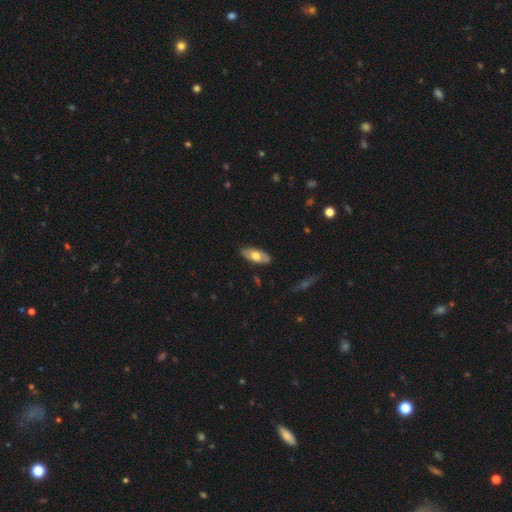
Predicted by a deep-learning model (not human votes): smooth-or-featured: smooth: 61% | featured or disk: 34% | star or artifact: 6%
  how-rounded: in between: 88% | cigar-shaped: 9% | round: 3%
  merging: none: 83% | minor disturbance: 13% | major disturbance: 2% | merger: 1%